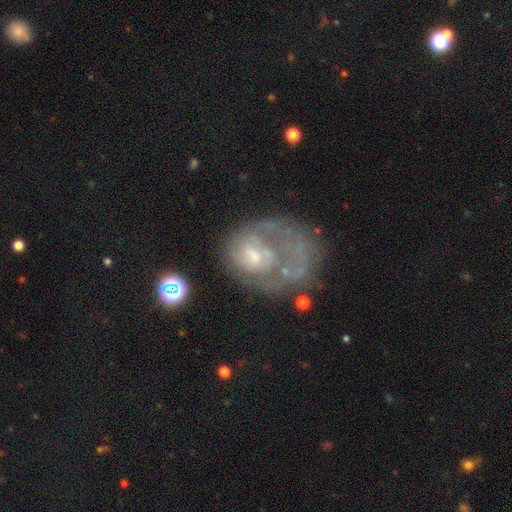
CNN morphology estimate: Smooth or featured? featured or disk (61%)
Edge-on disk? no (97%)
Bar? no (76%)
Spiral arms? no (62%)
Bulge size? moderate (34%)
Merging? major disturbance (42%)